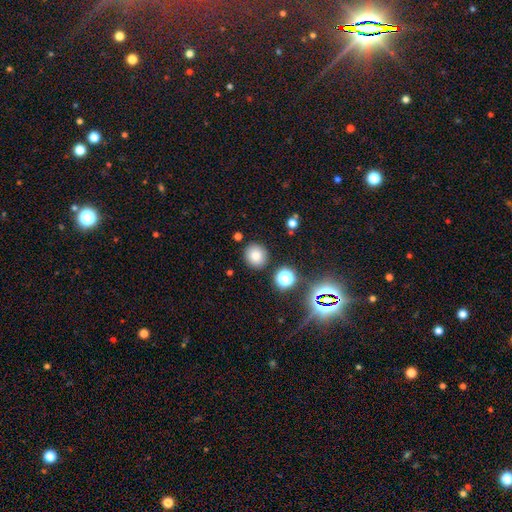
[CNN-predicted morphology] Smooth or featured? smooth (77%)
How rounded? round (89%)
Merging? none (87%)